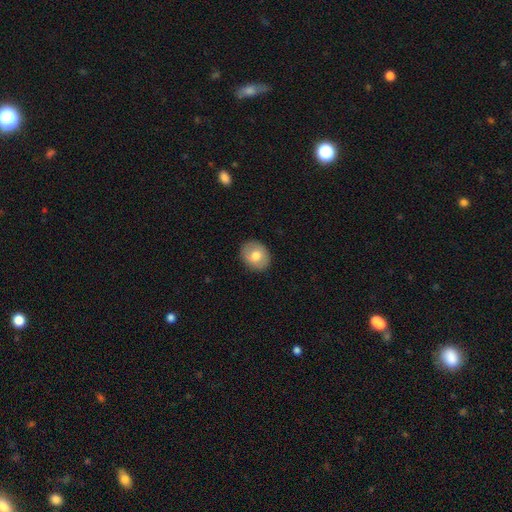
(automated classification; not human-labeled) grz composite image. It shows a smooth galaxy with no disk features (71%) that is round (57%). Merging: none (88%).